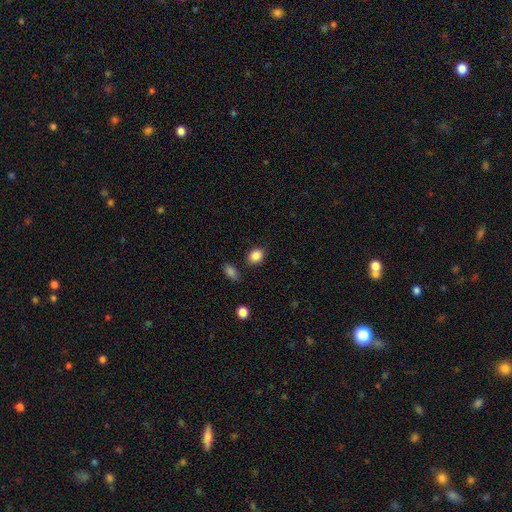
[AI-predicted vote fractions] Q: Smooth or featured?
A: smooth (86%); runner-up: star or artifact (9%)
Q: How rounded?
A: round (54%); runner-up: in between (45%)
Q: Merging?
A: none (83%); runner-up: minor disturbance (10%)